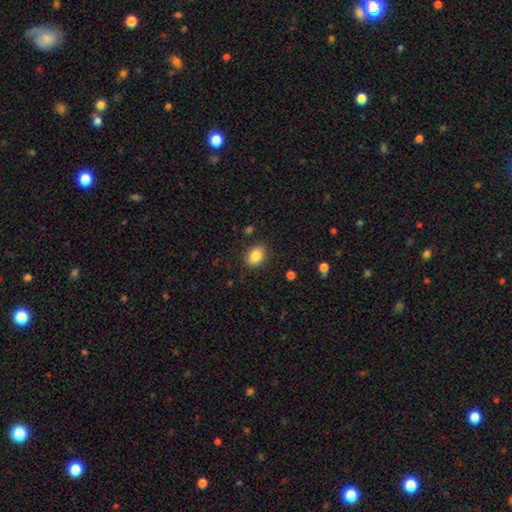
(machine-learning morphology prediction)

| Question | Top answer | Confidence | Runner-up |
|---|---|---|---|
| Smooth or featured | smooth | 86% | star or artifact (9%) |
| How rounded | in between | 62% | round (37%) |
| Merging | none | 85% | minor disturbance (11%) |